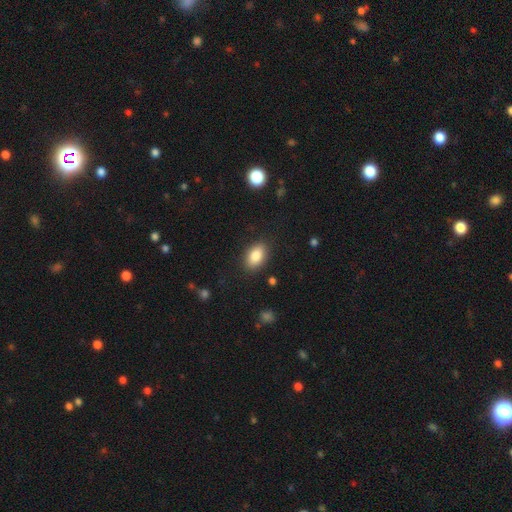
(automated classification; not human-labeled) Morphology: type=smooth (85%); roundness=in between (89%); merging=none (87%).